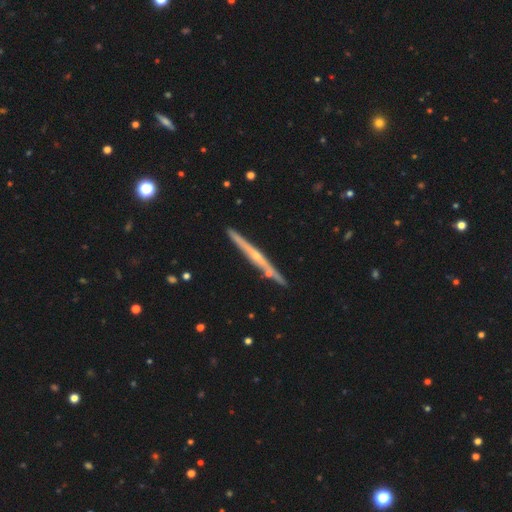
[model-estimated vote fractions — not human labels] featured or disk 74%, smooth 21%, star or artifact 6%. Down the decision tree: edge-on disk — yes (97%); edge-on bulge — rounded (49%); merging — none (87%).